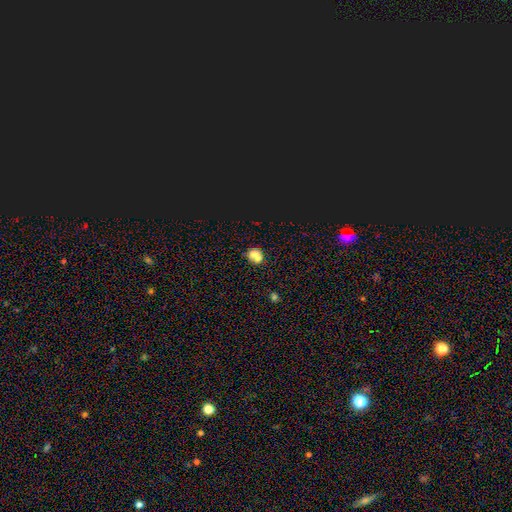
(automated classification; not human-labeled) smooth_or_featured: smooth (p=0.60) [alt: star or artifact p=0.23]
how_rounded: round (p=0.71) [alt: in between p=0.28]
merging: none (p=0.43) [alt: merger p=0.41]